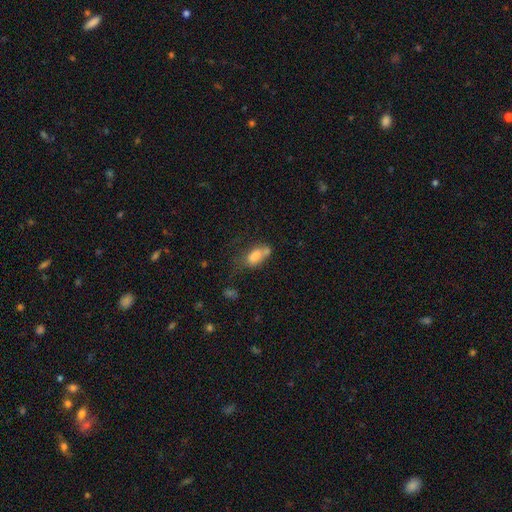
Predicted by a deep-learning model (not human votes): Smooth or featured? smooth (73%)
How rounded? in between (85%)
Merging? merger (33%)